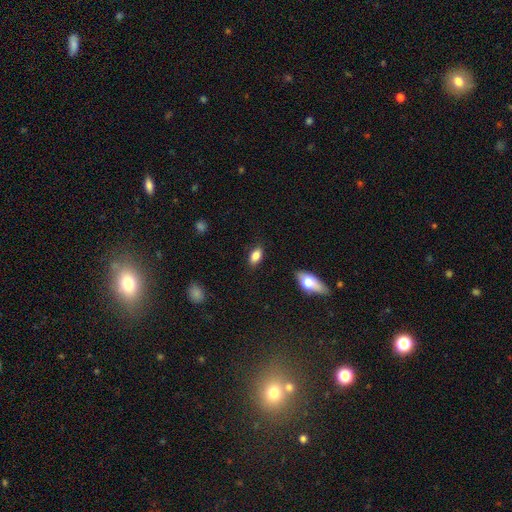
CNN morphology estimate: smooth 83%, featured or disk 9%, star or artifact 8%. Down the decision tree: how rounded — in between (89%); merging — none (86%).